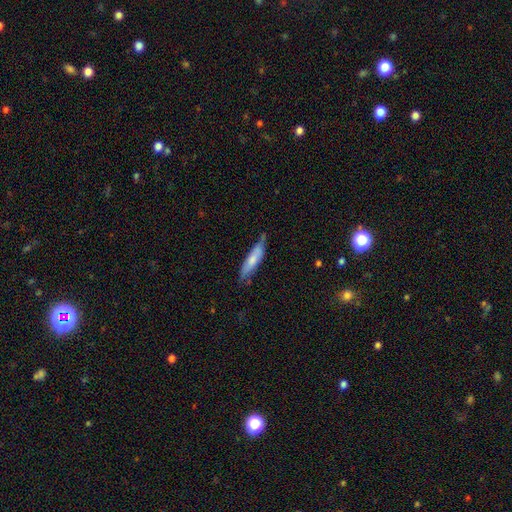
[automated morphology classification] A smooth galaxy with no disk features (55%) that is cigar-shaped (80%). Merging: none (72%).